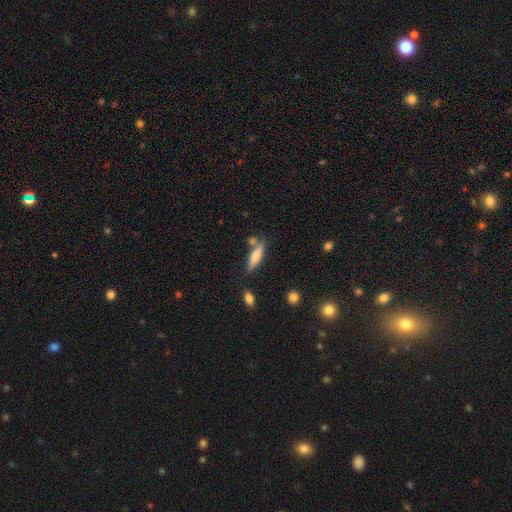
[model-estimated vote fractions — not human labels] smooth-or-featured: smooth: 69% | featured or disk: 24% | star or artifact: 7%
  how-rounded: cigar-shaped: 66% | in between: 32% | round: 2%
  merging: none: 67% | minor disturbance: 15% | merger: 15% | major disturbance: 4%